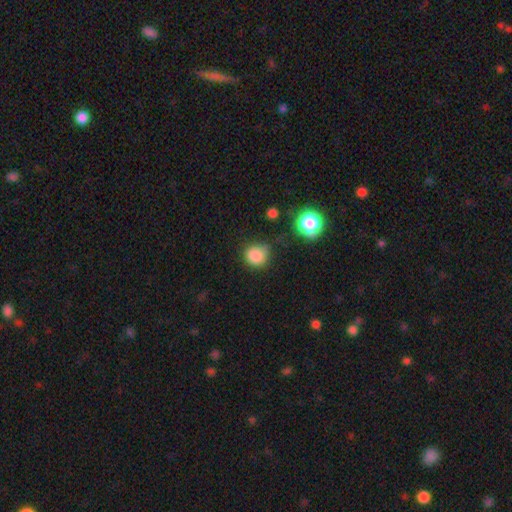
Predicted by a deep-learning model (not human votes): Smooth or featured: smooth — 84% (star or artifact — 12%)
How rounded: round — 85% (in between — 14%)
Merging: none — 66% (minor disturbance — 23%)